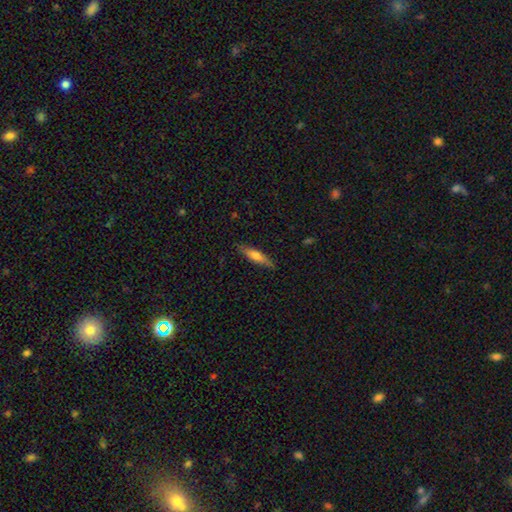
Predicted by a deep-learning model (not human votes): Overall: smooth (54%; featured or disk 40%). How rounded: cigar-shaped (78%). Merging: none (86%).